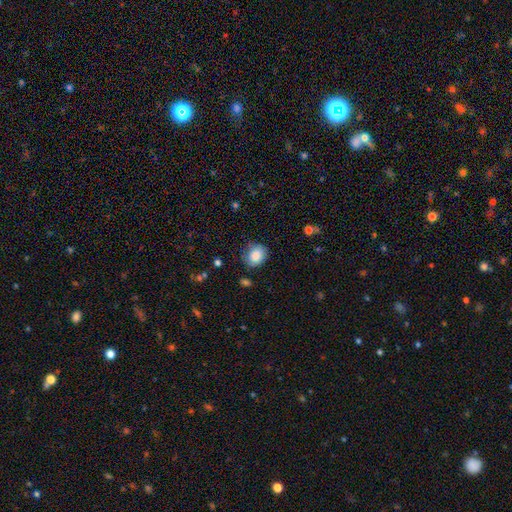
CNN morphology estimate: Smooth or featured: smooth — 84% (star or artifact — 8%)
How rounded: round — 63% (in between — 36%)
Merging: none — 69% (minor disturbance — 23%)